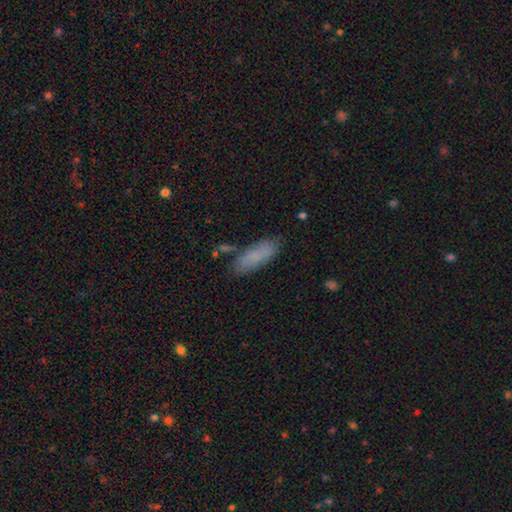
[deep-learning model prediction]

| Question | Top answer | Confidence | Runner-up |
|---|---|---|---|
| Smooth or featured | smooth | 80% | featured or disk (12%) |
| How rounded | in between | 60% | cigar-shaped (38%) |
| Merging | none | 75% | minor disturbance (17%) |